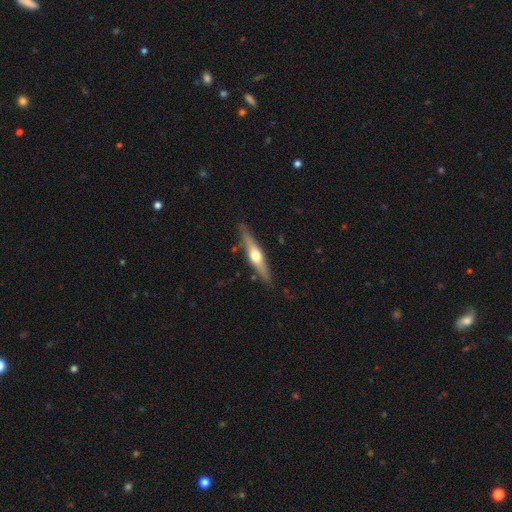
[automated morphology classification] Overall: featured or disk (67%; smooth 28%). Edge-on disk: yes (96%). Edge-on bulge: rounded (94%). Merging: none (85%).